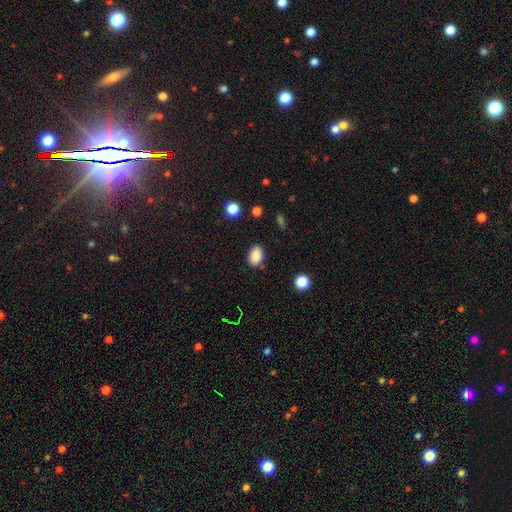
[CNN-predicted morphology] Q: Smooth or featured?
A: smooth (87%); runner-up: star or artifact (9%)
Q: How rounded?
A: in between (82%); runner-up: round (17%)
Q: Merging?
A: none (82%); runner-up: minor disturbance (12%)